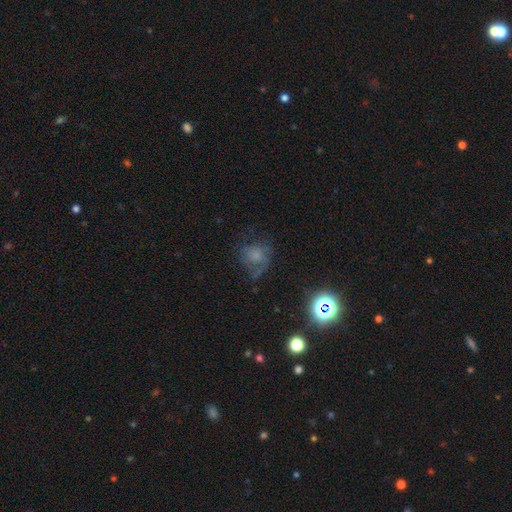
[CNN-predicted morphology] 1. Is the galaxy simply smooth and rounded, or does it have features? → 53% smooth, 30% featured or disk, 16% star or artifact.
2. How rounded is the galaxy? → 71% round, 28% in between, 1% cigar-shaped.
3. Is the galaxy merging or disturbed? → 43% none, 28% major disturbance, 26% minor disturbance, 3% merger.